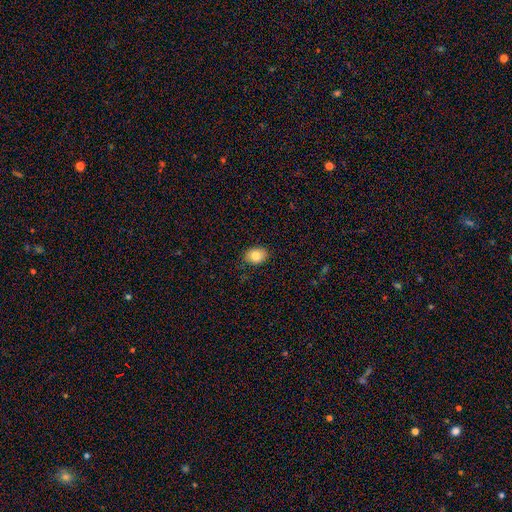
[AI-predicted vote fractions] Q: Smooth or featured?
A: smooth (83%); runner-up: featured or disk (9%)
Q: How rounded?
A: in between (71%); runner-up: round (28%)
Q: Merging?
A: none (82%); runner-up: minor disturbance (14%)